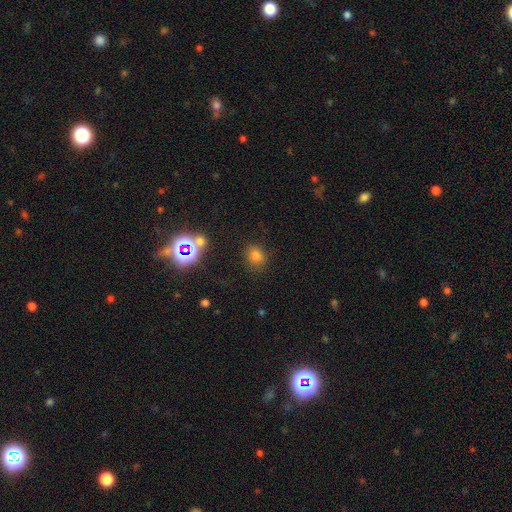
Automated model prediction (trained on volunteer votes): smooth-or-featured: smooth: 74% | star or artifact: 19% | featured or disk: 7%
  how-rounded: round: 66% | in between: 33% | cigar-shaped: 1%
  merging: none: 82% | minor disturbance: 11% | major disturbance: 4% | merger: 3%